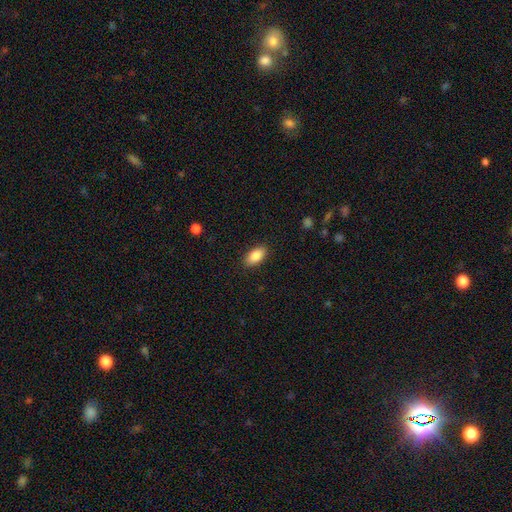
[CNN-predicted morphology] This is clearly a smooth galaxy (87%). How rounded: clearly in between (92%). Merging: clearly none (88%).